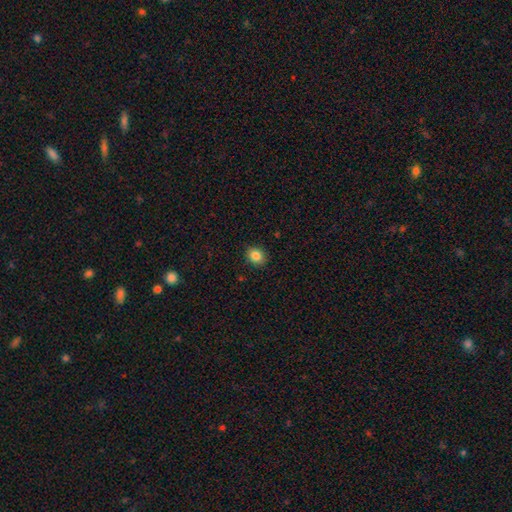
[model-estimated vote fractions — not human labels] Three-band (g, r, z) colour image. It shows a smooth galaxy with no disk features (85%) that is round (64%). Merging: none (90%).